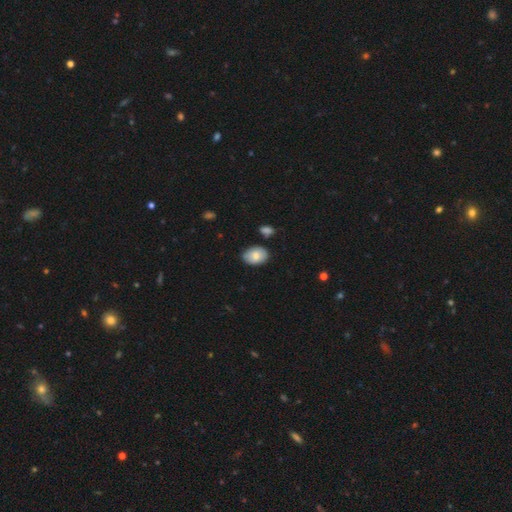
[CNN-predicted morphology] Smooth or featured?
  - smooth: 79% *
  - featured or disk: 14%
  - star or artifact: 7%
How rounded?
  - in between: 79% *
  - round: 20%
  - cigar-shaped: 1%
Merging?
  - none: 78% *
  - minor disturbance: 16%
  - merger: 4%
  - major disturbance: 3%